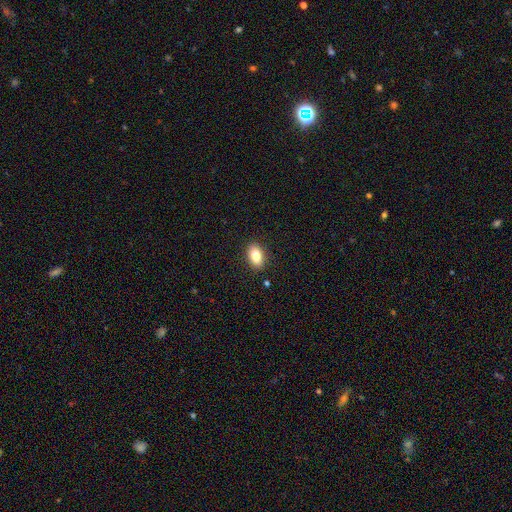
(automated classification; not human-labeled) smooth-or-featured: smooth: 81% | featured or disk: 11% | star or artifact: 8%
  how-rounded: in between: 88% | round: 9% | cigar-shaped: 2%
  merging: none: 89% | minor disturbance: 8% | major disturbance: 2% | merger: 1%